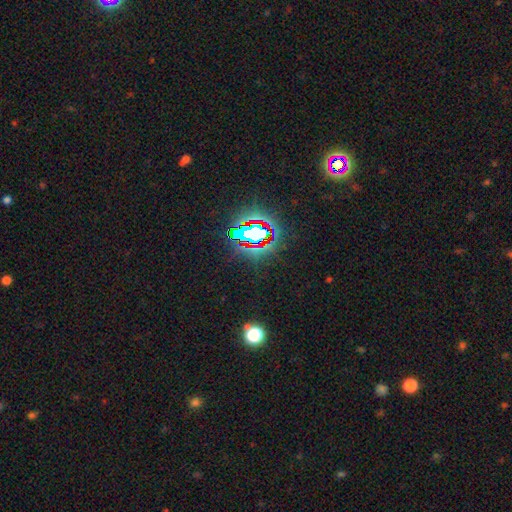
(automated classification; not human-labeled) This appears to be a star or artifact, not a galaxy (81%).